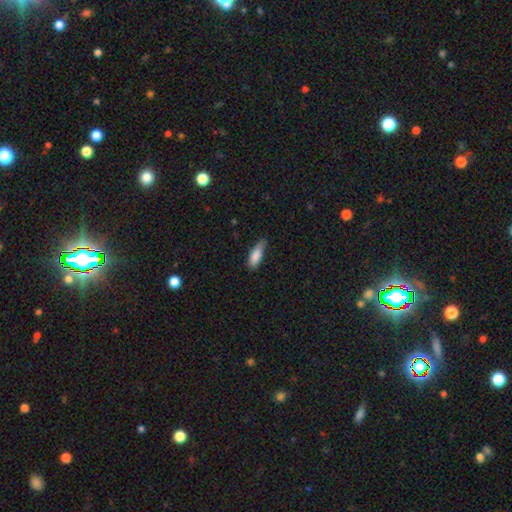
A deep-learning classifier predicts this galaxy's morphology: smooth-or-featured: smooth: 86% | featured or disk: 8% | star or artifact: 7%
  how-rounded: in between: 67% | cigar-shaped: 30% | round: 2%
  merging: none: 52% | minor disturbance: 39% | major disturbance: 7% | merger: 2%